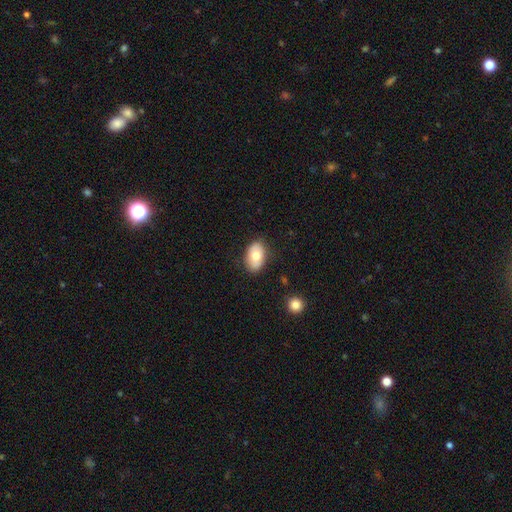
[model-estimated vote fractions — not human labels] The model was most divided on "smooth or featured": smooth: 69%, featured or disk: 24%, star or artifact: 7%. More confident: how rounded — in between (89%); merging — none (83%).